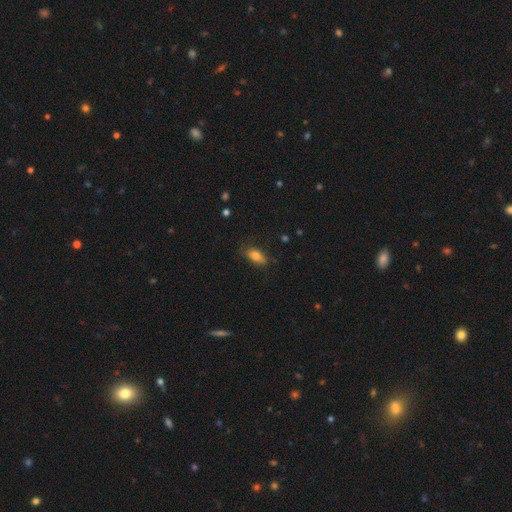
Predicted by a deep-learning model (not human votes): Morphology: type=smooth (79%); roundness=in between (85%); merging=none (76%).